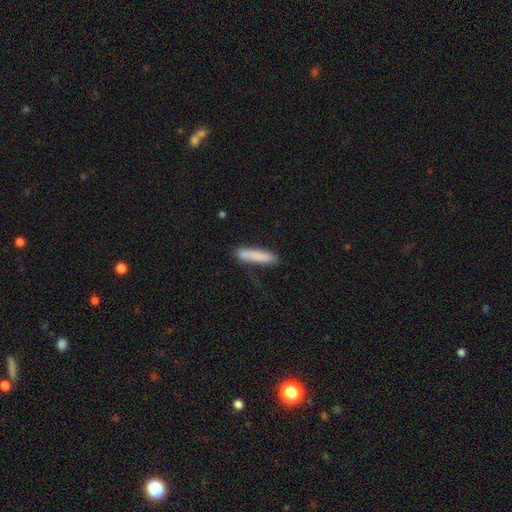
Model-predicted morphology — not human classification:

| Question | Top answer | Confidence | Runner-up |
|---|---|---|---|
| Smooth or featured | smooth | 80% | featured or disk (13%) |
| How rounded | cigar-shaped | 88% | in between (11%) |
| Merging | none | 67% | minor disturbance (21%) |